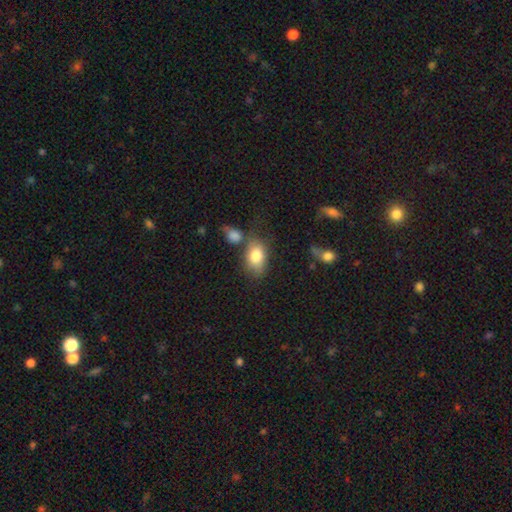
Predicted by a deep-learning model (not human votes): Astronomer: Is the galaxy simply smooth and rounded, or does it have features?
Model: smooth — 80%.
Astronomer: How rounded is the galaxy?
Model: in between — 86%.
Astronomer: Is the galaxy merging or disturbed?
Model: none — 56%.